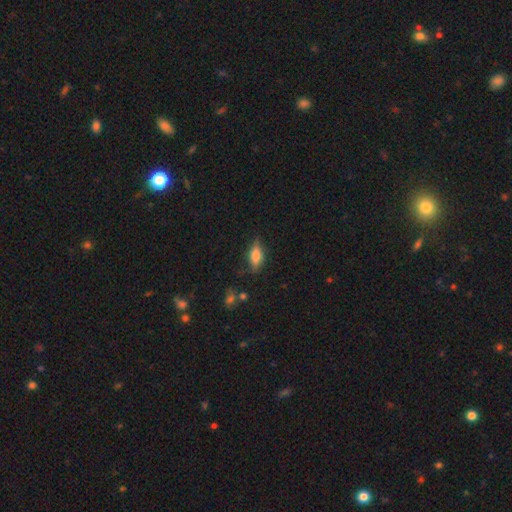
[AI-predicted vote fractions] smooth_or_featured: smooth (p=0.65) [alt: featured or disk p=0.26]
how_rounded: in between (p=0.74) [alt: cigar-shaped p=0.22]
merging: none (p=0.71) [alt: minor disturbance p=0.22]